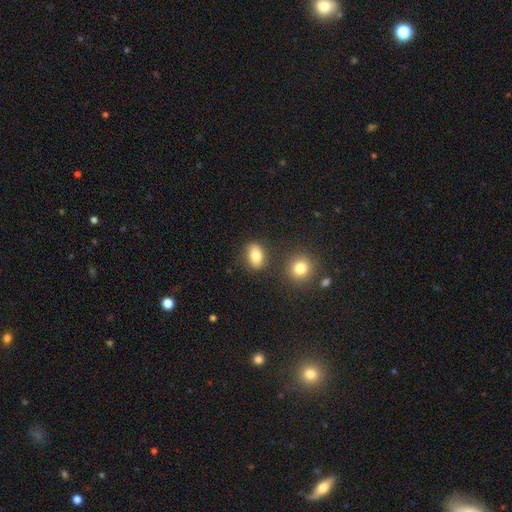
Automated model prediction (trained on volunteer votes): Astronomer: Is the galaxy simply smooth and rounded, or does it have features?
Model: smooth — 81%.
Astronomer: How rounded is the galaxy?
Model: in between — 79%.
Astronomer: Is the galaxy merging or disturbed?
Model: none — 77%.